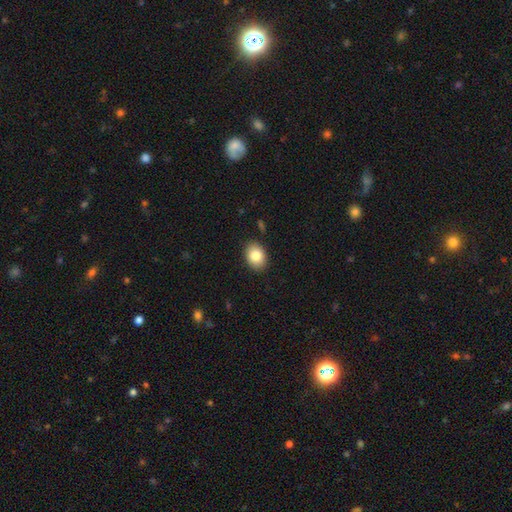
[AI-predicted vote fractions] A smooth galaxy with no disk features (84%) that is in between round and cigar-shaped (71%). Merging: none (89%).